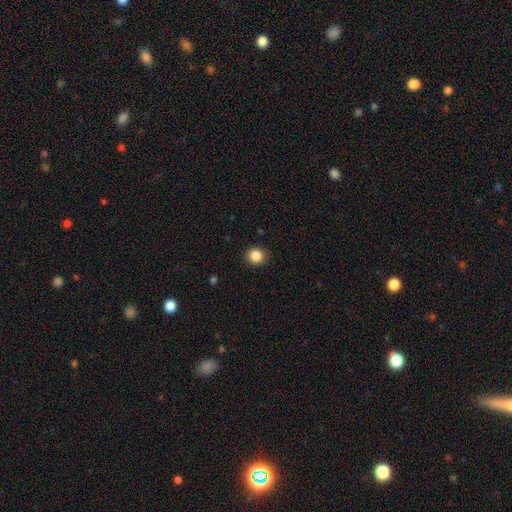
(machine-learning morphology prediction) Smooth or featured? Predicted: smooth (p=0.86). How rounded? Predicted: round (p=0.83). Merging? Predicted: none (p=0.90).